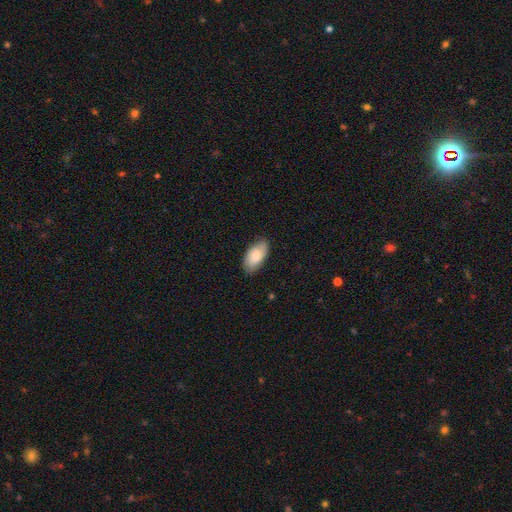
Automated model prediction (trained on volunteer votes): The model was most divided on "smooth or featured": smooth: 75%, featured or disk: 18%, star or artifact: 6%. More confident: how rounded — in between (94%); merging — none (82%).